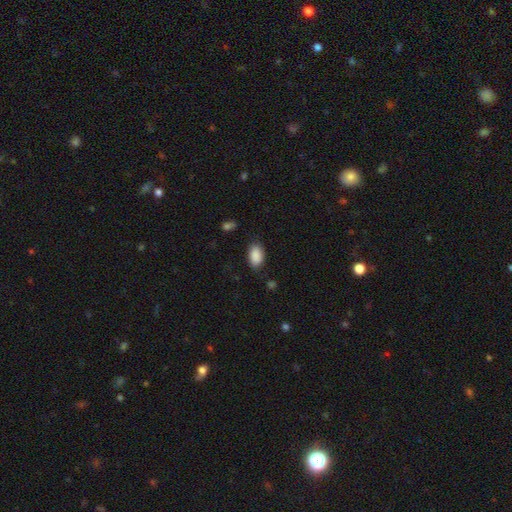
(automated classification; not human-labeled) Q: Smooth or featured?
A: smooth (90%); runner-up: star or artifact (7%)
Q: How rounded?
A: in between (92%); runner-up: round (6%)
Q: Merging?
A: none (81%); runner-up: minor disturbance (14%)